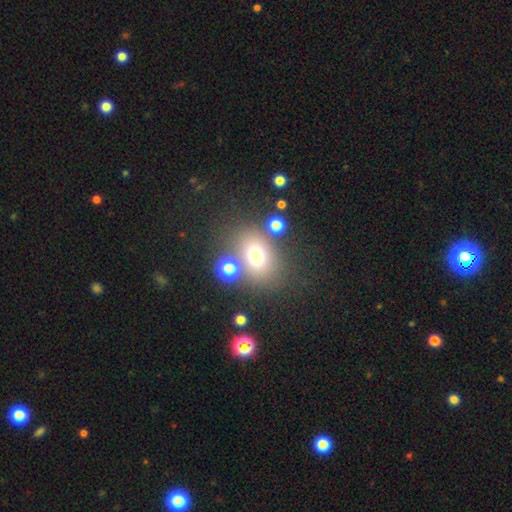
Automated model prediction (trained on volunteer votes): Q: Smooth or featured?
A: smooth (70%); runner-up: star or artifact (17%)
Q: How rounded?
A: in between (58%); runner-up: round (40%)
Q: Merging?
A: none (68%); runner-up: merger (13%)